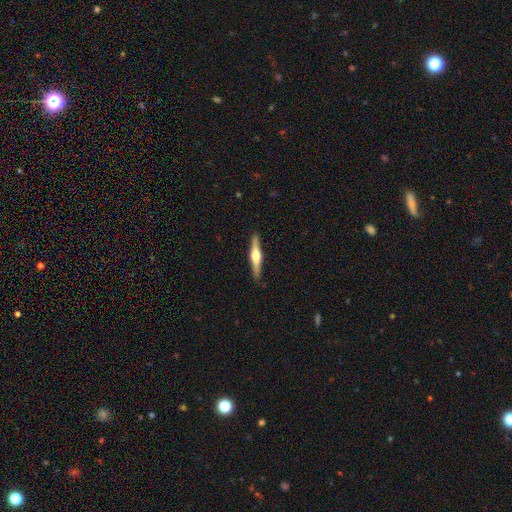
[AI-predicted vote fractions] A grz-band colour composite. It shows a featured or disk galaxy (67%) viewed edge-on (98%) with a rounded central bulge (93%). Merging: none (89%).